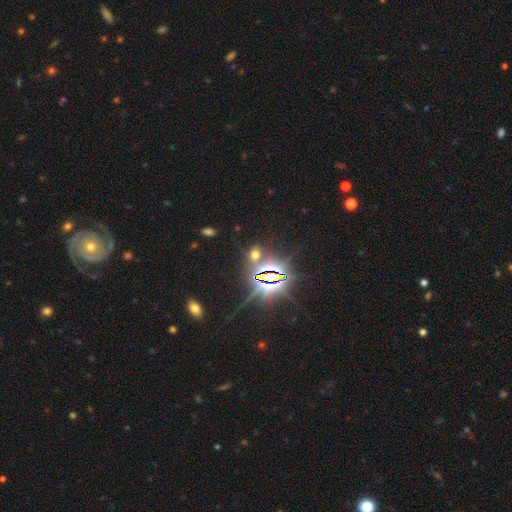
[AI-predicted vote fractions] smooth_or_featured: star or artifact (p=0.70) [alt: smooth p=0.22]